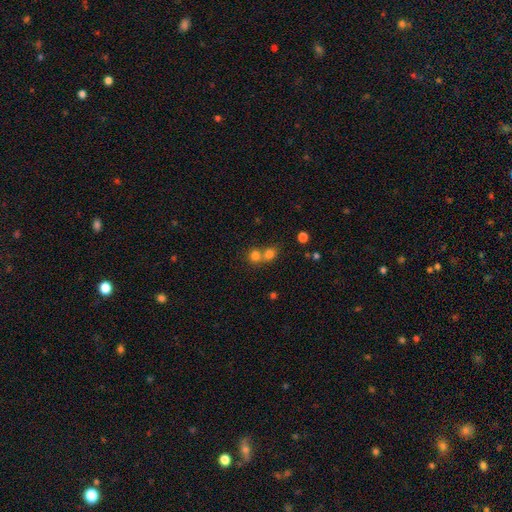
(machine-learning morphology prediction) A smooth galaxy with no disk features (77%) that is round (79%). Merging: merger (55%).